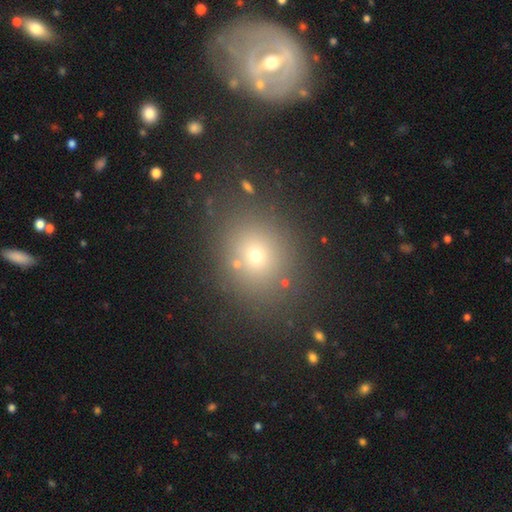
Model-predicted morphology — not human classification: smooth_or_featured: smooth (p=0.64) [alt: star or artifact p=0.25]
how_rounded: round (p=0.64) [alt: in between p=0.35]
merging: none (p=0.78) [alt: minor disturbance p=0.10]